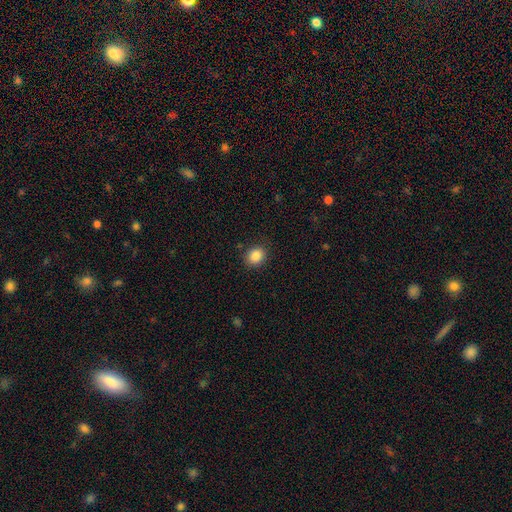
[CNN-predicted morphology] A smooth galaxy with no disk features (86%) that is round (62%).

Vote fractions:
- Smooth or featured? smooth: 86% / star or artifact: 9% / featured or disk: 4%
- How rounded? round: 62% / in between: 37% / cigar-shaped: 1%
- Merging? none: 86% / minor disturbance: 10% / major disturbance: 3% / merger: 1%